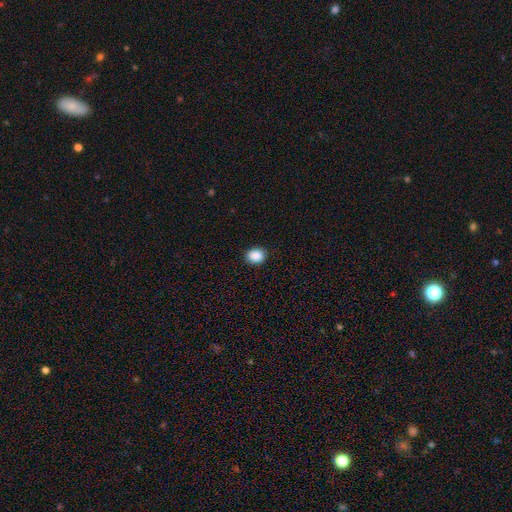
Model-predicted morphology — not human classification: A smooth galaxy with no disk features (89%) that is round (62%).

Vote fractions:
- Smooth or featured? smooth: 89% / star or artifact: 9% / featured or disk: 2%
- How rounded? round: 62% / in between: 37% / cigar-shaped: 1%
- Merging? none: 88% / minor disturbance: 8% / major disturbance: 2% / merger: 1%